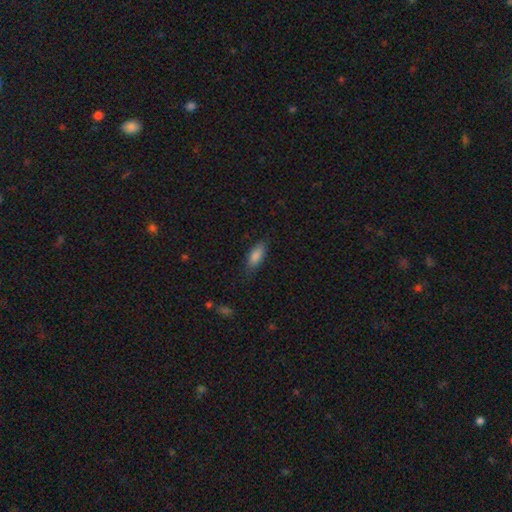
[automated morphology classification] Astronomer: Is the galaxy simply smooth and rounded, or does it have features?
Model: smooth — 82%.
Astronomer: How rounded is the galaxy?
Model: in between — 73%.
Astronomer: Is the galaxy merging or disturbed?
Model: none — 80%.